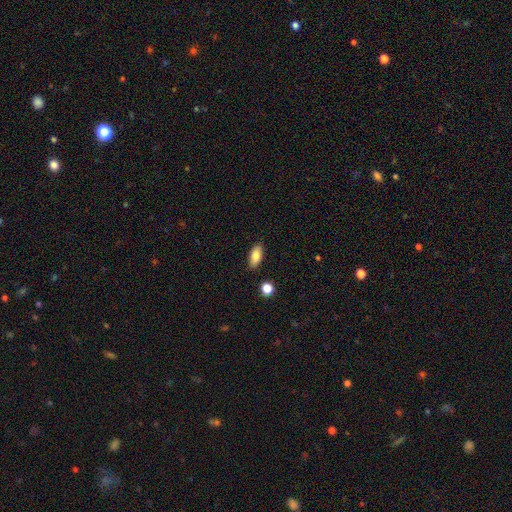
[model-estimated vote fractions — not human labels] A smooth galaxy with no disk features (82%) that is in between round and cigar-shaped (86%). Merging: none (86%).